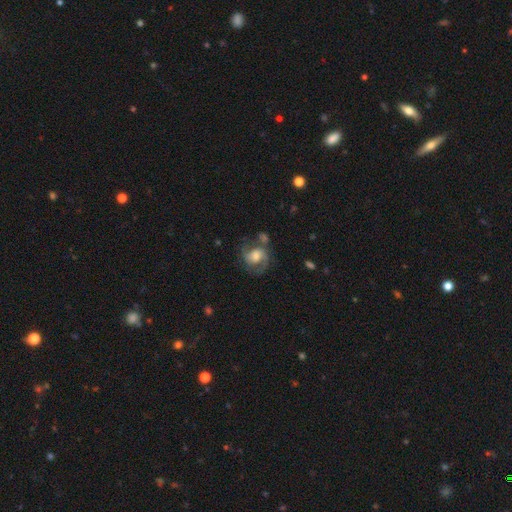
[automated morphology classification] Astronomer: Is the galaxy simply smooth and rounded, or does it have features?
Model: featured or disk — 68%.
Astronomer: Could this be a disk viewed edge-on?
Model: no — 98%.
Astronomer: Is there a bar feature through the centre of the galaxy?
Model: no — 51% (runner-up: weak, 39%).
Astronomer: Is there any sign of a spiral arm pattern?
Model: yes — 89%.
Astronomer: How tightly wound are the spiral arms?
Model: medium — 52%.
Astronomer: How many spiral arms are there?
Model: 2 — 81%.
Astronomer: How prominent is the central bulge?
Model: moderate — 48% (runner-up: large, 25%).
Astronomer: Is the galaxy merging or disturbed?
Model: none — 56%.